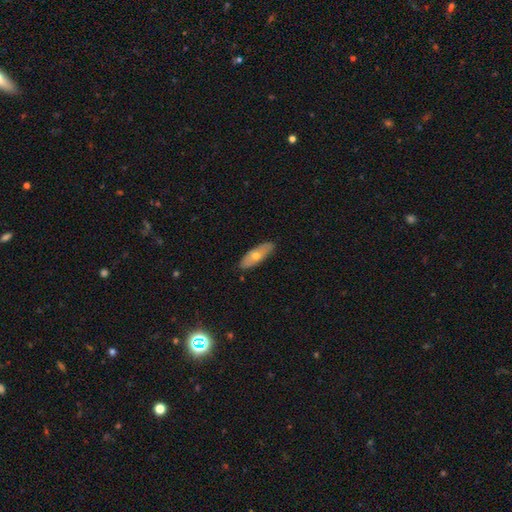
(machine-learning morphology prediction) type=smooth (56%); roundness=in between (65%); merging=none (85%).